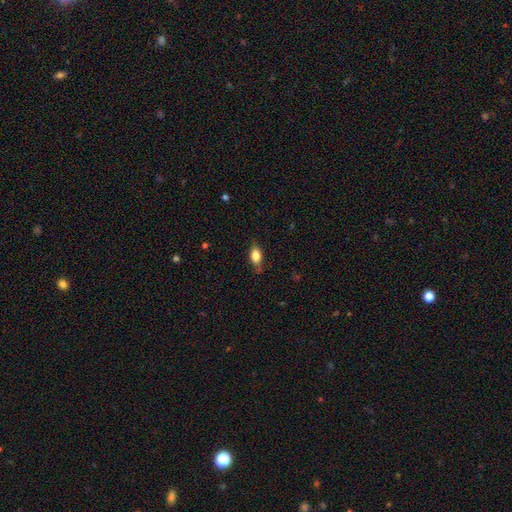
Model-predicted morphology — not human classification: A smooth galaxy with no disk features (80%) that is in between round and cigar-shaped (84%).

Vote fractions:
- Smooth or featured? smooth: 80% / featured or disk: 12% / star or artifact: 8%
- How rounded? in between: 84% / round: 9% / cigar-shaped: 7%
- Merging? none: 75% / minor disturbance: 20% / major disturbance: 4% / merger: 1%